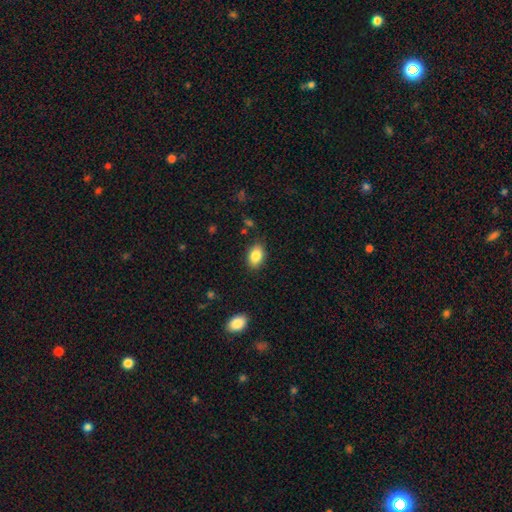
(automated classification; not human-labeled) smooth_or_featured: smooth (p=0.86) [alt: star or artifact p=0.08]
how_rounded: in between (p=0.87) [alt: round p=0.11]
merging: none (p=0.85) [alt: minor disturbance p=0.11]